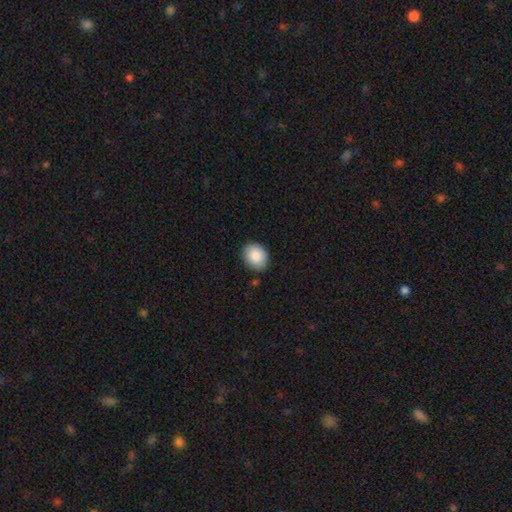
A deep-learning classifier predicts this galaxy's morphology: A smooth galaxy with no disk features (87%) that is in between round and cigar-shaped (52%).

Vote fractions:
- Smooth or featured? smooth: 87% / star or artifact: 7% / featured or disk: 5%
- How rounded? in between: 52% / round: 47% / cigar-shaped: 1%
- Merging? none: 84% / minor disturbance: 12% / major disturbance: 2% / merger: 2%